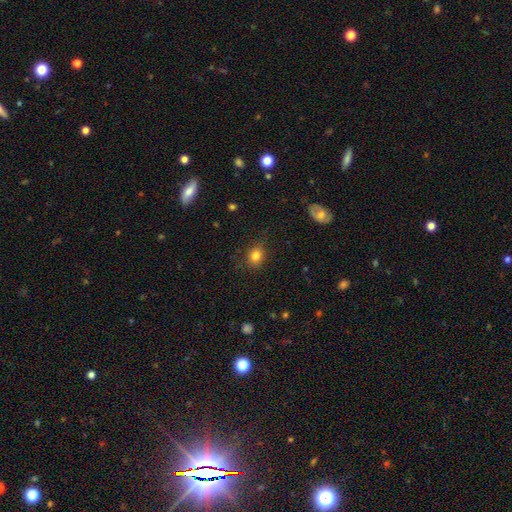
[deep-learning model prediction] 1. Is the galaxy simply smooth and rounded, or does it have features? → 81% smooth, 12% star or artifact, 7% featured or disk.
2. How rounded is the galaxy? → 55% round, 44% in between, 1% cigar-shaped.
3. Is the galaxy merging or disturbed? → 76% none, 17% minor disturbance, 5% major disturbance, 1% merger.